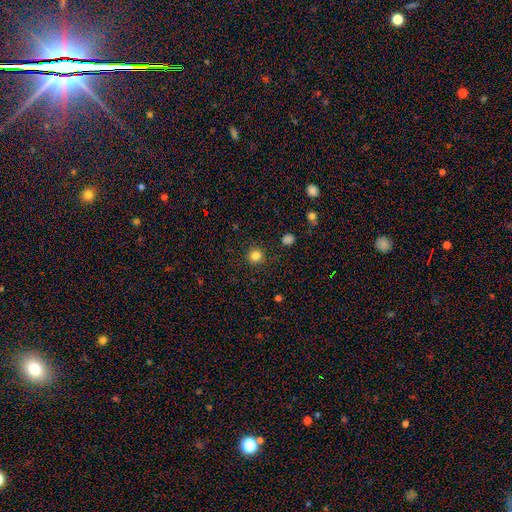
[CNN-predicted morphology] Smooth or featured? smooth (82%)
How rounded? round (93%)
Merging? none (90%)